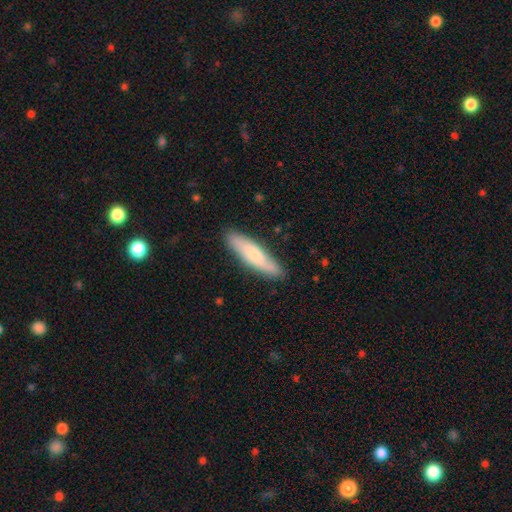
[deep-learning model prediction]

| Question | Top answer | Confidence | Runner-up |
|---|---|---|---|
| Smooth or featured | smooth | 71% | featured or disk (23%) |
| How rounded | cigar-shaped | 74% | in between (24%) |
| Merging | none | 85% | minor disturbance (11%) |